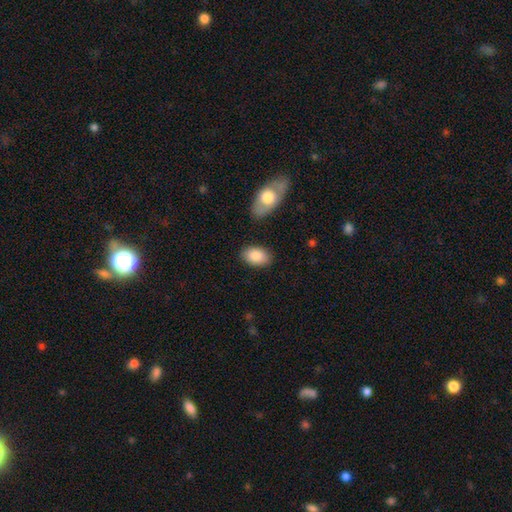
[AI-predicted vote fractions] Overall: smooth (86%). How rounded: in between (90%). Merging: none (84%).